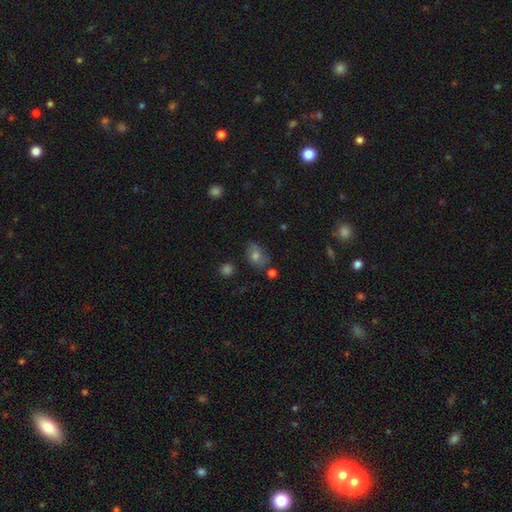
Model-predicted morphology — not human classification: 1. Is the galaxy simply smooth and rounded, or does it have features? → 65% smooth, 18% featured or disk, 17% star or artifact.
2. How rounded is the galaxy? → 70% in between, 28% round, 2% cigar-shaped.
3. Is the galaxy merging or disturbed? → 63% none, 23% minor disturbance, 7% major disturbance, 7% merger.